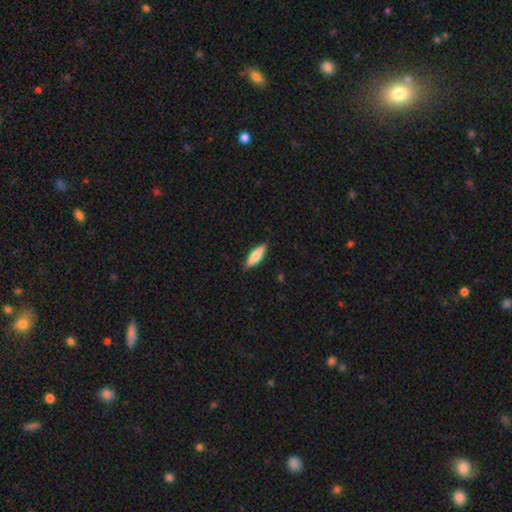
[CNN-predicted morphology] This is likely a smooth galaxy (73%). How rounded: possibly cigar-shaped (52%). Merging: clearly none (88%).